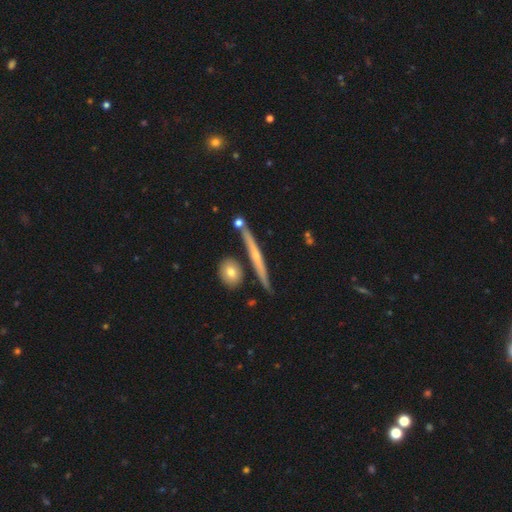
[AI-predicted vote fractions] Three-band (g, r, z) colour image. It shows a featured or disk galaxy (63%) viewed edge-on (95%) with no central bulge (50%). Merging: none (81%).